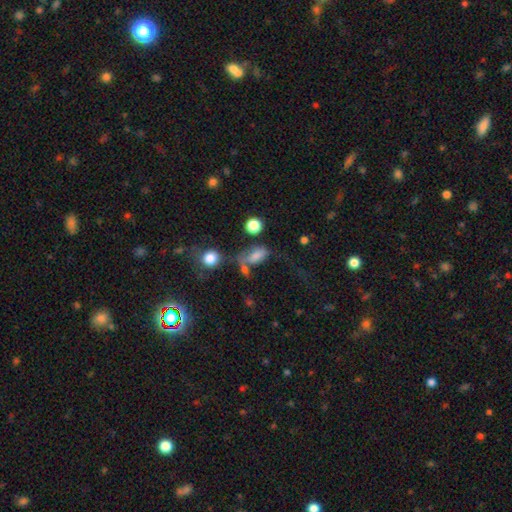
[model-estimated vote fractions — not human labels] smooth_or_featured: smooth (p=0.72) [alt: featured or disk p=0.15]
how_rounded: in between (p=0.81) [alt: round p=0.12]
merging: none (p=0.33) [alt: merger p=0.26]